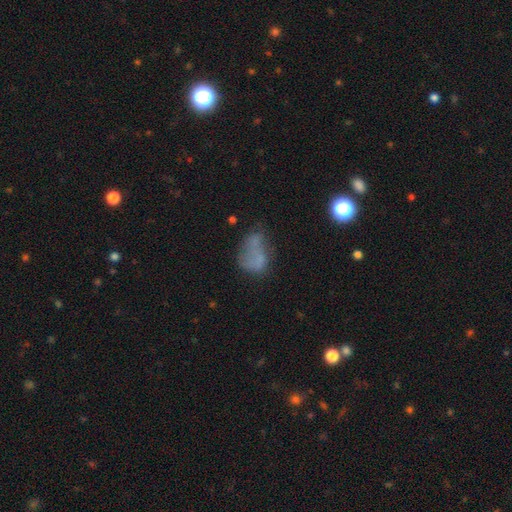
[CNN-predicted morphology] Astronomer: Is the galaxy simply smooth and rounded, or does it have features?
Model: smooth — 53% (runner-up: featured or disk, 30%).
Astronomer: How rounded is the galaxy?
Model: in between — 77%.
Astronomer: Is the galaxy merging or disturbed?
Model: none — 35% (runner-up: major disturbance, 29%).